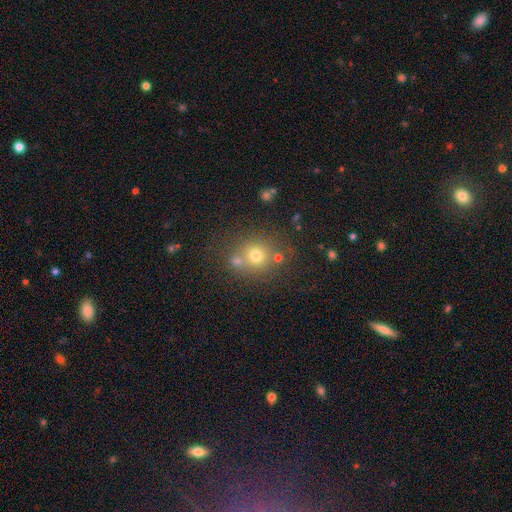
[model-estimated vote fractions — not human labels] smooth 68%, star or artifact 19%, featured or disk 13%. Down the decision tree: how rounded — round (85%); merging — none (66%).